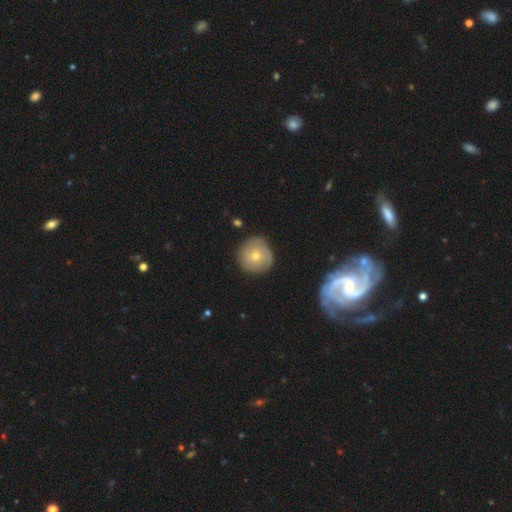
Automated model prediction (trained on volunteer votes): This is possibly a smooth galaxy (52%). How rounded: clearly round (93%). Merging: clearly none (80%).